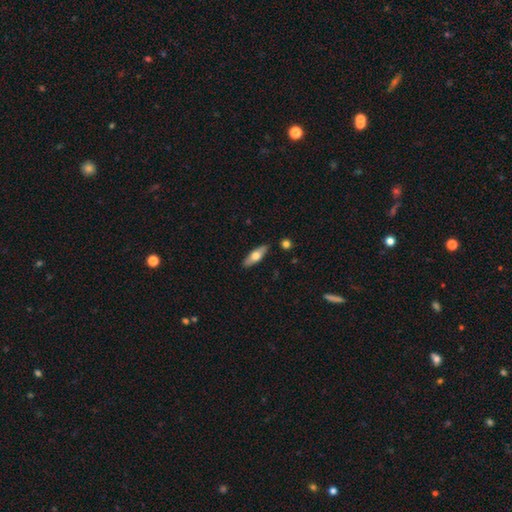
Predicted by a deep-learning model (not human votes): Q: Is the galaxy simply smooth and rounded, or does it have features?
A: smooth — 57%.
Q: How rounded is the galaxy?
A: in between — 53%.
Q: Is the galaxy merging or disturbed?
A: none — 87%.